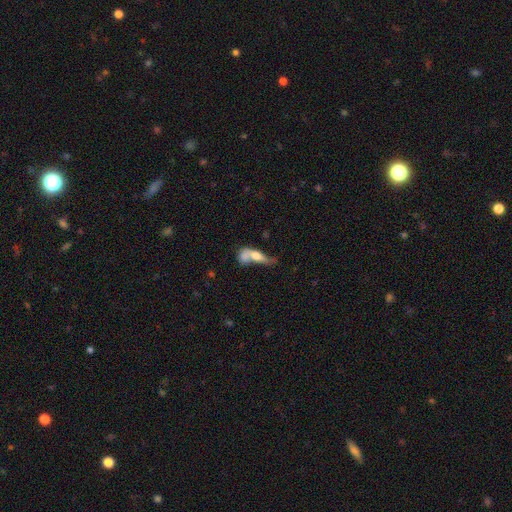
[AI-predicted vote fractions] smooth-or-featured: smooth: 53% | featured or disk: 38% | star or artifact: 9%
  how-rounded: in between: 55% | cigar-shaped: 36% | round: 9%
  merging: merger: 47% | none: 20% | major disturbance: 19% | minor disturbance: 14%